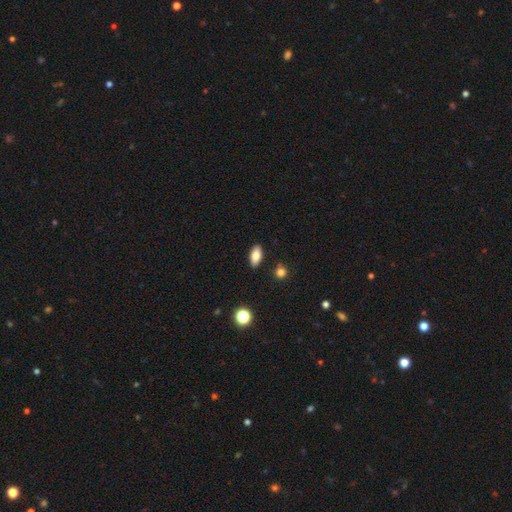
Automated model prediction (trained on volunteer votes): This appears to be a smooth galaxy with no disk features (80%) that is in between round and cigar-shaped (89%). Merging: none (88%).